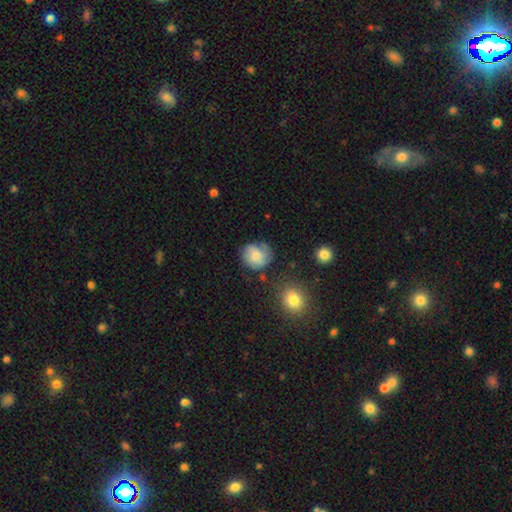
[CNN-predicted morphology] smooth-or-featured: smooth: 63% | featured or disk: 28% | star or artifact: 9%
  how-rounded: round: 78% | in between: 21% | cigar-shaped: 1%
  merging: none: 60% | minor disturbance: 25% | major disturbance: 10% | merger: 5%